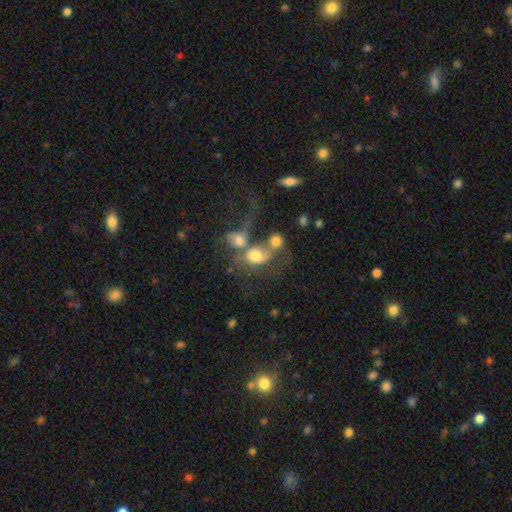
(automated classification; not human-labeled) Overall: smooth (54%; featured or disk 32%). How rounded: in between (58%; round 40%). Merging: merger (68%).